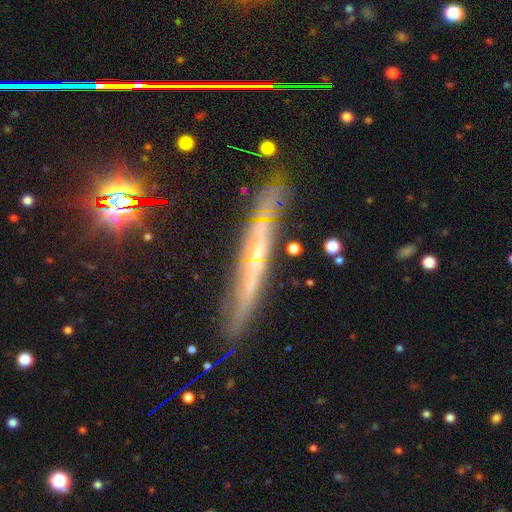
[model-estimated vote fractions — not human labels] The model was most divided on "edge-on bulge": none: 55%, rounded: 41%, boxy: 5%. More confident: edge-on disk — yes (84%); merging — none (80%); smooth or featured — featured or disk (69%).